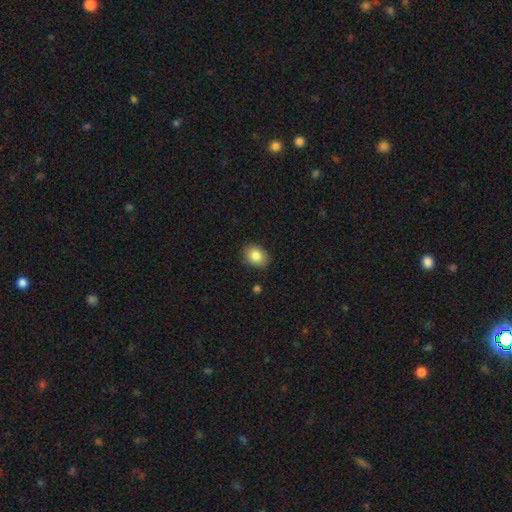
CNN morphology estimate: The model was most divided on "how rounded": in between: 56%, round: 43%, cigar-shaped: 1%. More confident: merging — none (87%); smooth or featured — smooth (85%).